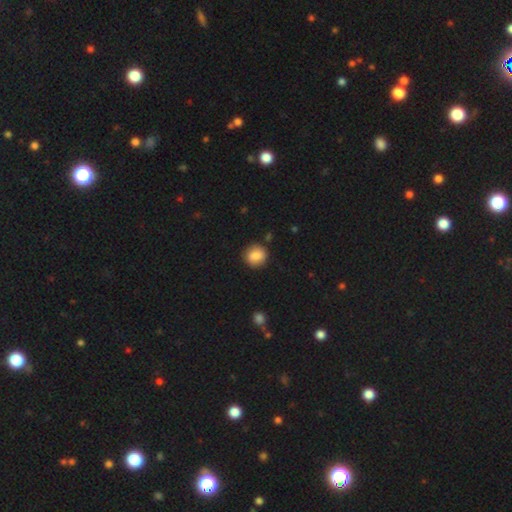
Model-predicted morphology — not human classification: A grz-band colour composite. It shows a smooth galaxy with no disk features (85%) that is round (82%). Merging: none (86%).